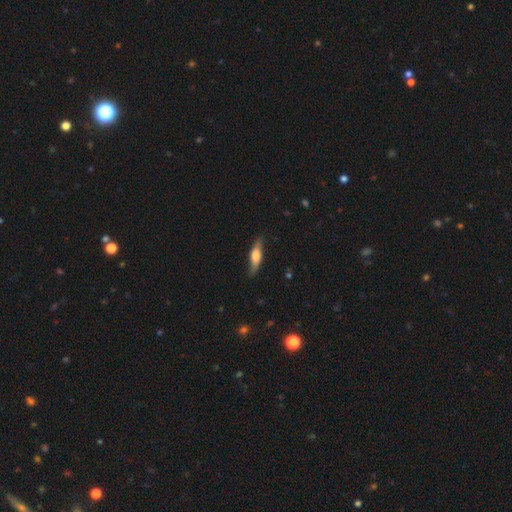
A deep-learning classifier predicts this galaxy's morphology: This appears to be a smooth galaxy with no disk features (50%) that is cigar-shaped (65%). Merging: none (83%).